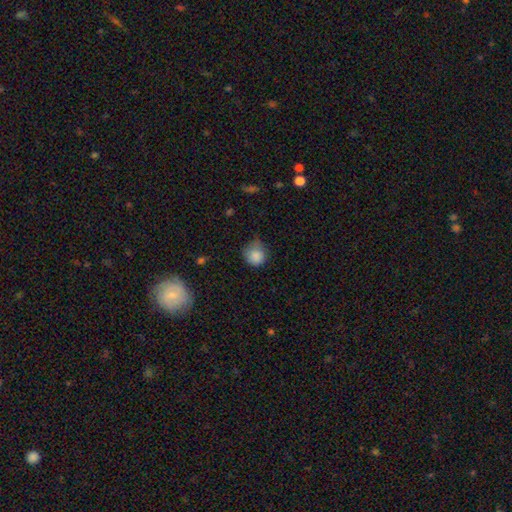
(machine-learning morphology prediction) smooth 84%, star or artifact 9%, featured or disk 6%. Down the decision tree: how rounded — round (86%); merging — none (52%).